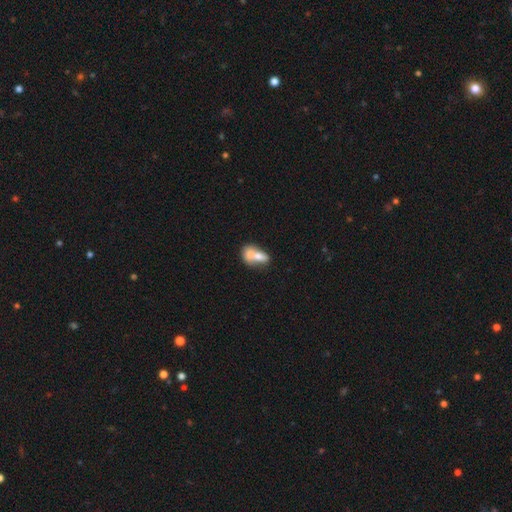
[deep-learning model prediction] This is likely a smooth galaxy (65%). How rounded: likely in between (75%). Merging: likely merger (67%).